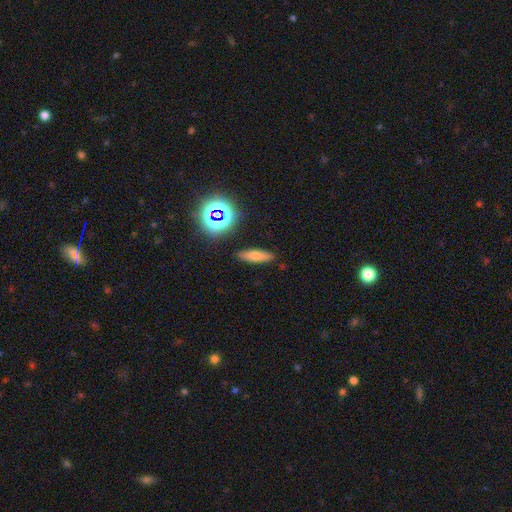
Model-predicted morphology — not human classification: The model was most divided on "how rounded": cigar-shaped: 59%, in between: 36%, round: 6%. More confident: merging — none (87%); smooth or featured — smooth (69%).